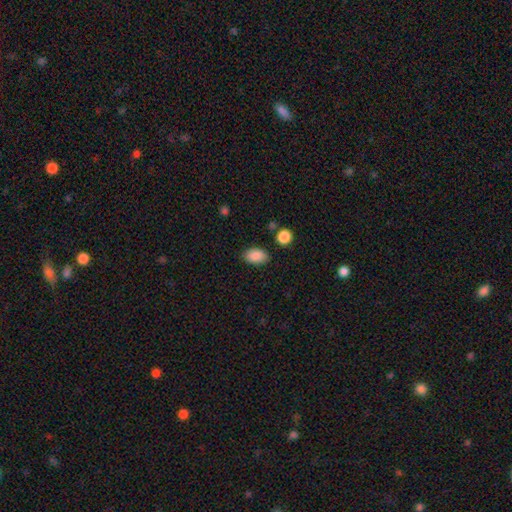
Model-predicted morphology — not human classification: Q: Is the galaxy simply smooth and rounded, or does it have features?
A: smooth — 89%.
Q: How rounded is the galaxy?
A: in between — 90%.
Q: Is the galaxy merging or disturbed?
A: none — 84%.